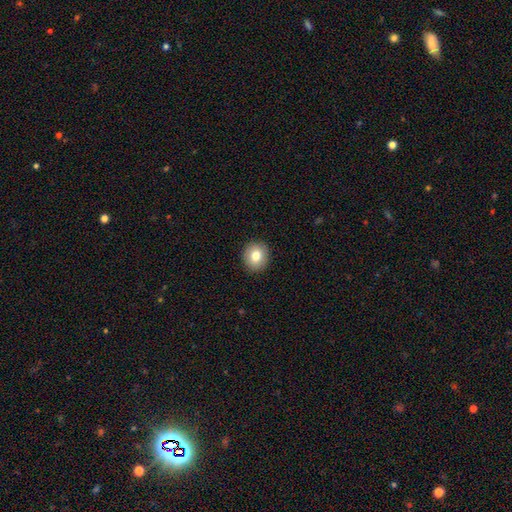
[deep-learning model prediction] The model was most divided on "how rounded": round: 80%, in between: 19%, cigar-shaped: 1%. More confident: merging — none (92%); smooth or featured — smooth (80%).